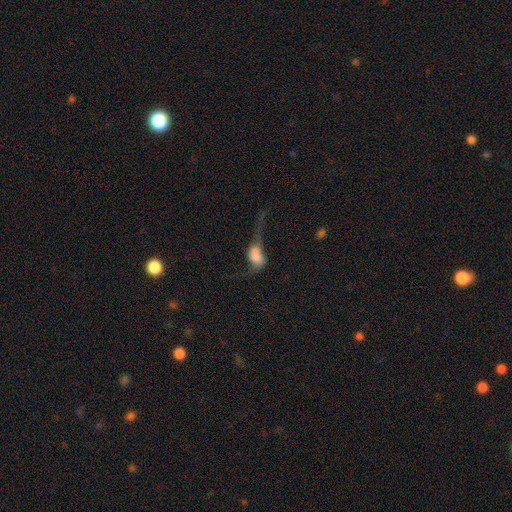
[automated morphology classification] Q: Smooth or featured?
A: smooth (52%); runner-up: featured or disk (37%)
Q: How rounded?
A: in between (81%); runner-up: round (14%)
Q: Merging?
A: major disturbance (50%); runner-up: merger (20%)